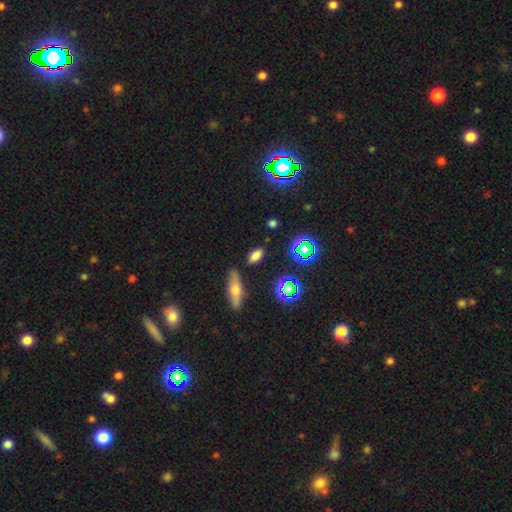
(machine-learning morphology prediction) A smooth galaxy with no disk features (72%) that is in between round and cigar-shaped (79%).

Vote fractions:
- Smooth or featured? smooth: 72% / star or artifact: 17% / featured or disk: 11%
- How rounded? in between: 79% / cigar-shaped: 13% / round: 8%
- Merging? none: 84% / minor disturbance: 10% / merger: 3% / major disturbance: 3%